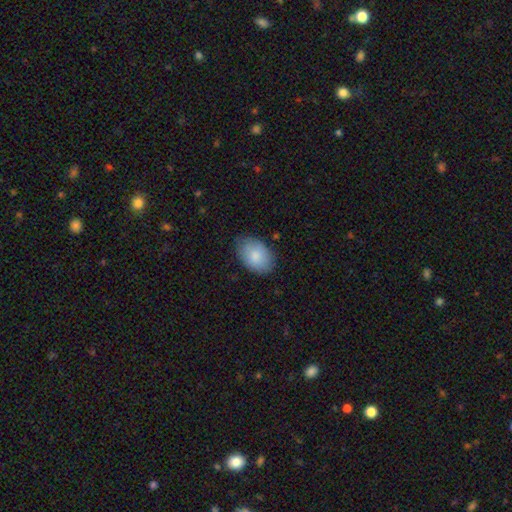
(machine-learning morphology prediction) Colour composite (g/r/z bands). It shows a smooth galaxy with no disk features (85%) that is in between round and cigar-shaped (86%). Merging: none (72%).